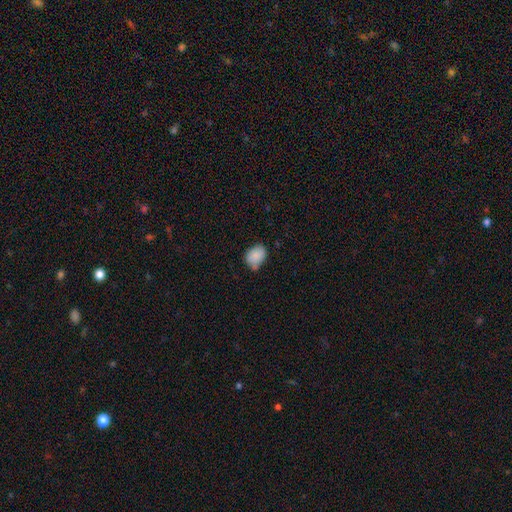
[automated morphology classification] A smooth galaxy with no disk features (87%) that is in between round and cigar-shaped (63%).

Vote fractions:
- Smooth or featured? smooth: 87% / star or artifact: 8% / featured or disk: 5%
- How rounded? in between: 63% / round: 36% / cigar-shaped: 1%
- Merging? none: 58% / minor disturbance: 30% / merger: 7% / major disturbance: 5%